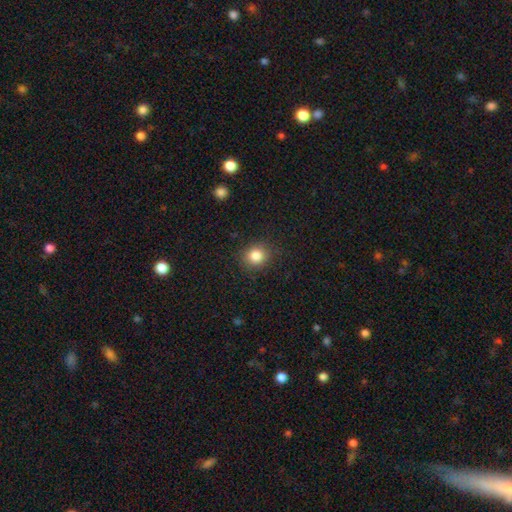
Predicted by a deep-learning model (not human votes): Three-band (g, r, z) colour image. It shows a smooth galaxy with no disk features (83%) that is round (80%). Merging: none (88%).